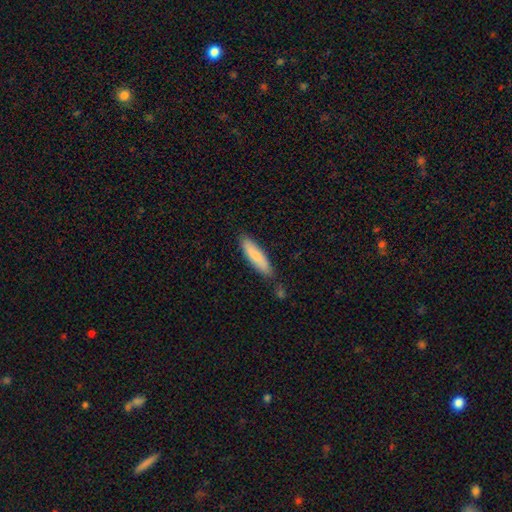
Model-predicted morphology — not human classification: Overall: smooth (82%). How rounded: cigar-shaped (73%). Merging: none (76%).